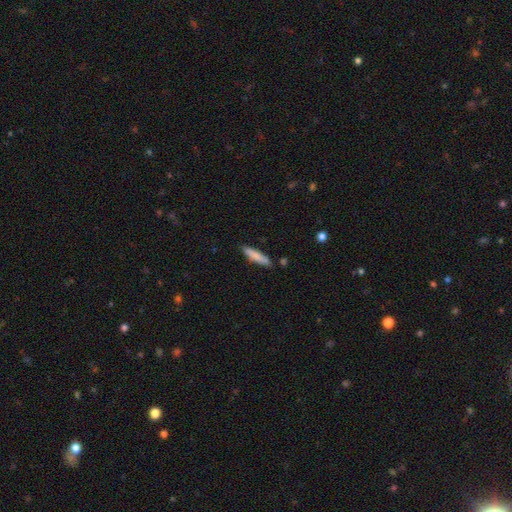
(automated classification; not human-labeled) Smooth or featured?
  - smooth: 81% *
  - featured or disk: 13%
  - star or artifact: 6%
How rounded?
  - cigar-shaped: 82% *
  - in between: 16%
  - round: 1%
Merging?
  - none: 81% *
  - minor disturbance: 13%
  - merger: 3%
  - major disturbance: 2%